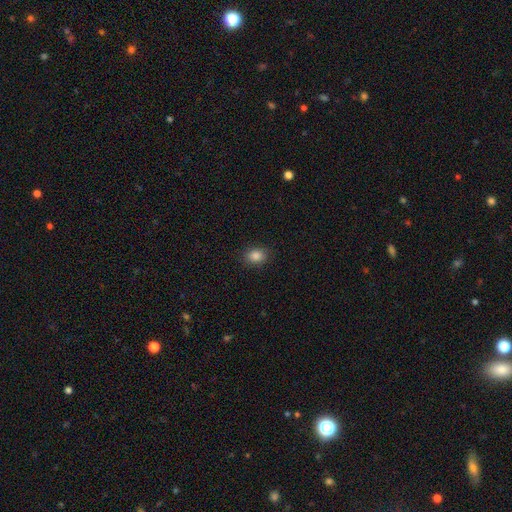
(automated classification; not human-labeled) A smooth galaxy with no disk features (85%) that is in between round and cigar-shaped (58%). Merging: none (88%).